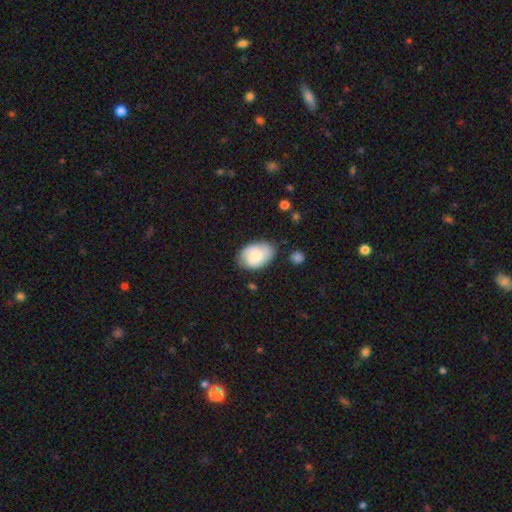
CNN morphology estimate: Smooth or featured?
  - smooth: 57% *
  - featured or disk: 36%
  - star or artifact: 7%
How rounded?
  - in between: 83% *
  - round: 16%
  - cigar-shaped: 1%
Merging?
  - none: 68% *
  - minor disturbance: 23%
  - major disturbance: 6%
  - merger: 3%